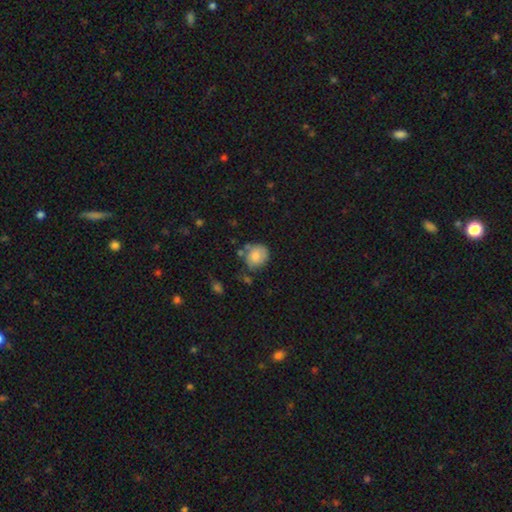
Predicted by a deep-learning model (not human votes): This is likely a smooth galaxy (73%). How rounded: likely round (75%). Merging: possibly none (53%).